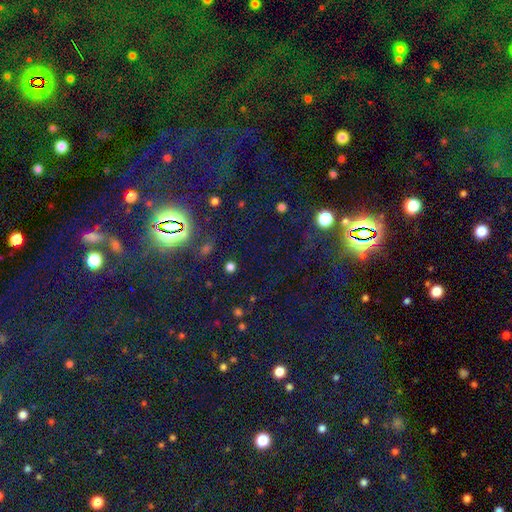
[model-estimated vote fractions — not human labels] This appears to be a star or artifact, not a galaxy (74%).